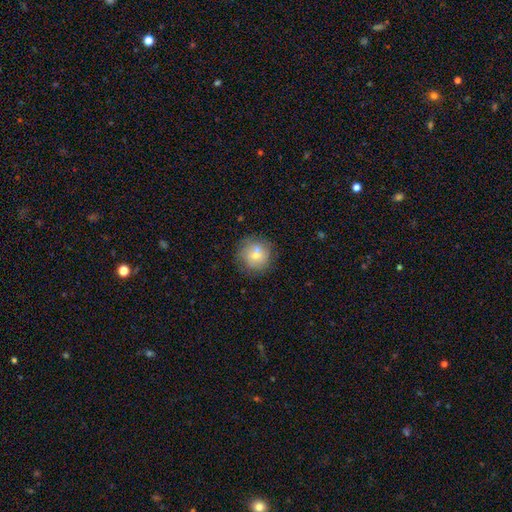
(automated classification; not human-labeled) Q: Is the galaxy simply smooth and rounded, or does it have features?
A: smooth — 64%.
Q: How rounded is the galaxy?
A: round — 92%.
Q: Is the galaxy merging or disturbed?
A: none — 71%.